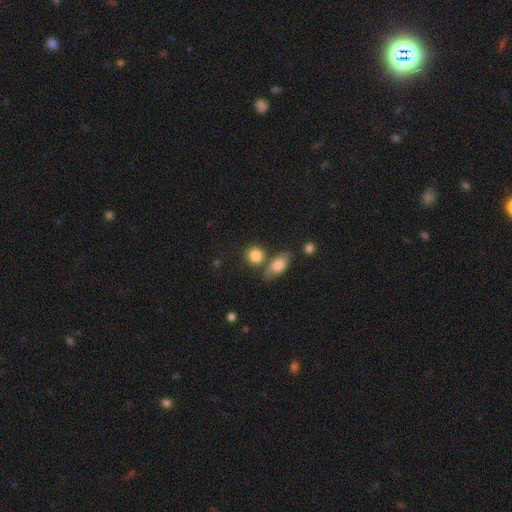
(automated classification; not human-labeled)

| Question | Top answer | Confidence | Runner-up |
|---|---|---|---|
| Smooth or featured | smooth | 85% | star or artifact (8%) |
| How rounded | round | 81% | in between (17%) |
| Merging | none | 64% | merger (19%) |